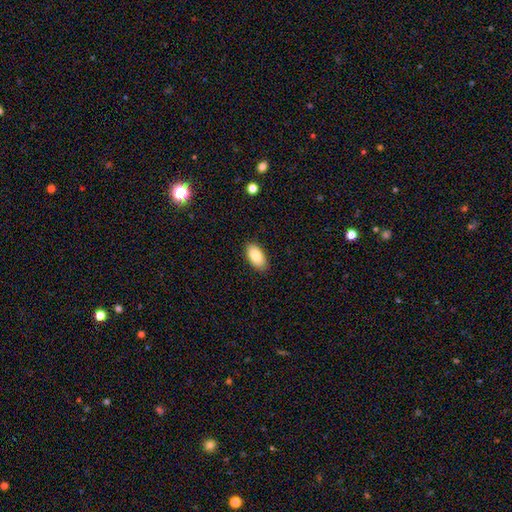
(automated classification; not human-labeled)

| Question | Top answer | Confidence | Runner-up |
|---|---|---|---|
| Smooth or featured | smooth | 87% | star or artifact (7%) |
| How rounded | in between | 94% | cigar-shaped (3%) |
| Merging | none | 87% | minor disturbance (9%) |